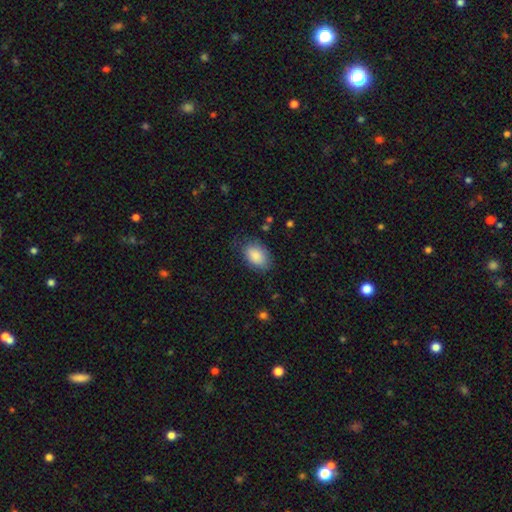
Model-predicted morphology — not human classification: smooth 87%, star or artifact 7%, featured or disk 6%. Down the decision tree: how rounded — in between (90%); merging — none (73%).